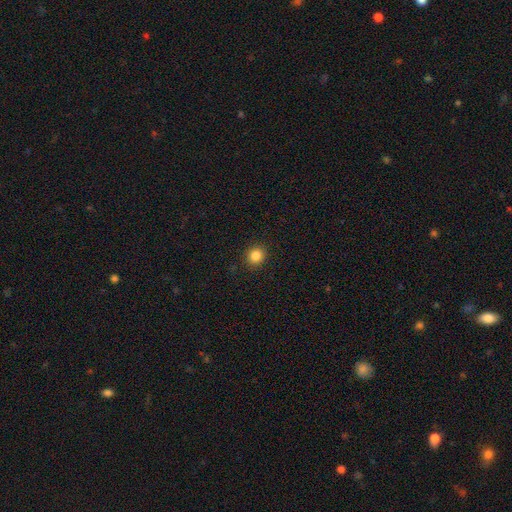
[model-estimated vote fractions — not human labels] Smooth or featured: smooth — 85% (star or artifact — 11%)
How rounded: round — 84% (in between — 15%)
Merging: none — 91% (minor disturbance — 6%)